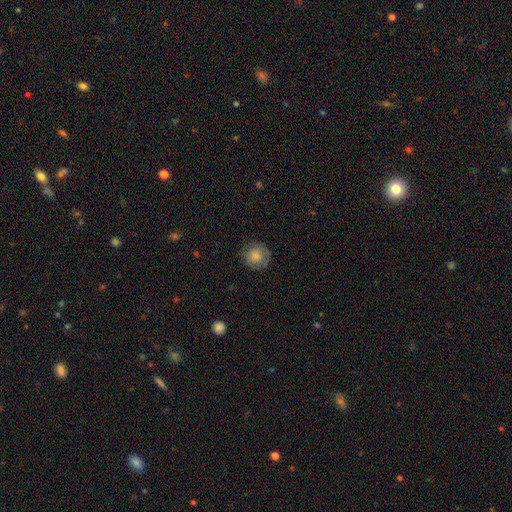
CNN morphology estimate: Smooth or featured? Predicted: smooth (p=0.79). How rounded? Predicted: round (p=0.91). Merging? Predicted: none (p=0.80).